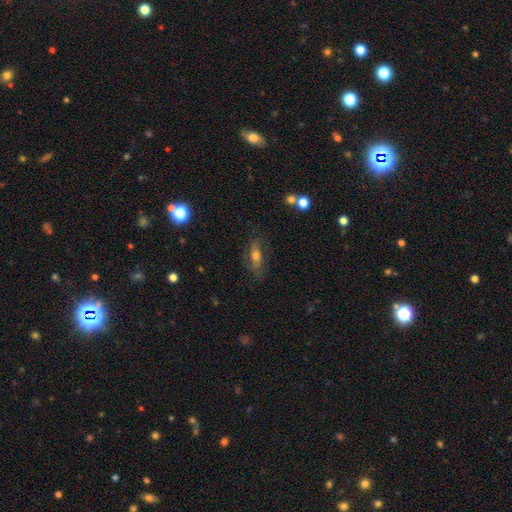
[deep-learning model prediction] Morphology: type=featured or disk (52%); edge-on=no (74%); merging=none (70%).